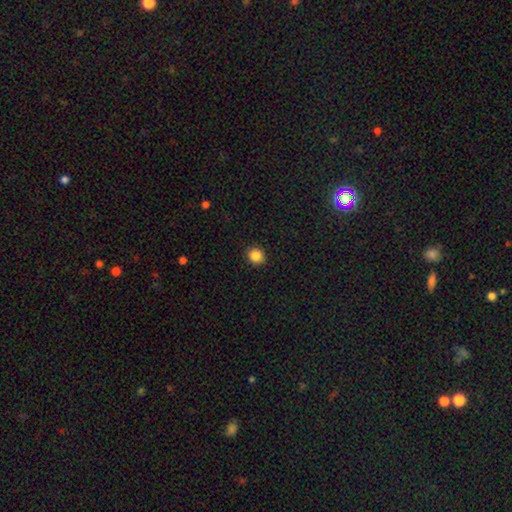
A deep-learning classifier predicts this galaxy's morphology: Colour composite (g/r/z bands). It shows a smooth galaxy with no disk features (86%) that is round (86%). Merging: none (92%).